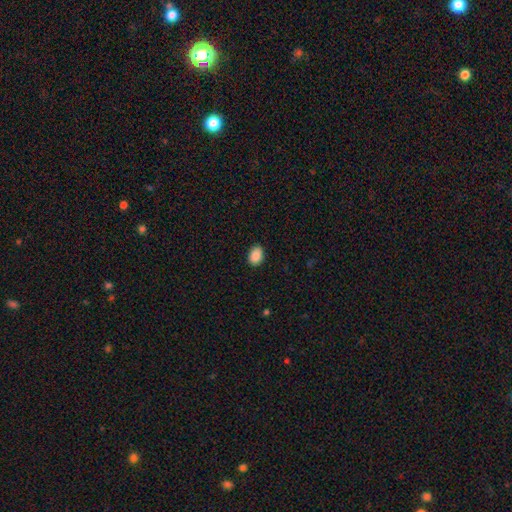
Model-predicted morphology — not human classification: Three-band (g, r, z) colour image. It shows a smooth galaxy with no disk features (89%) that is in between round and cigar-shaped (77%). Merging: none (87%).